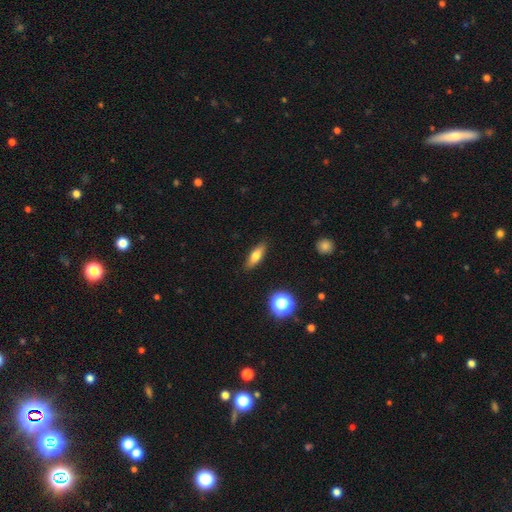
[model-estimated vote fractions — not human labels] Smooth or featured: smooth — 66% (featured or disk — 25%)
How rounded: in between — 51% (cigar-shaped — 44%)
Merging: none — 88% (minor disturbance — 9%)